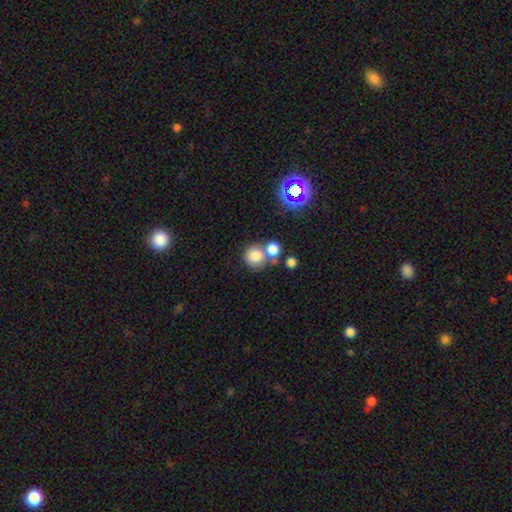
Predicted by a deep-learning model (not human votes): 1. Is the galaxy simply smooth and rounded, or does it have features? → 77% smooth, 12% star or artifact, 10% featured or disk.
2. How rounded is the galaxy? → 87% round, 12% in between, 1% cigar-shaped.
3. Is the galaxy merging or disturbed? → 47% none, 40% merger, 9% minor disturbance, 4% major disturbance.